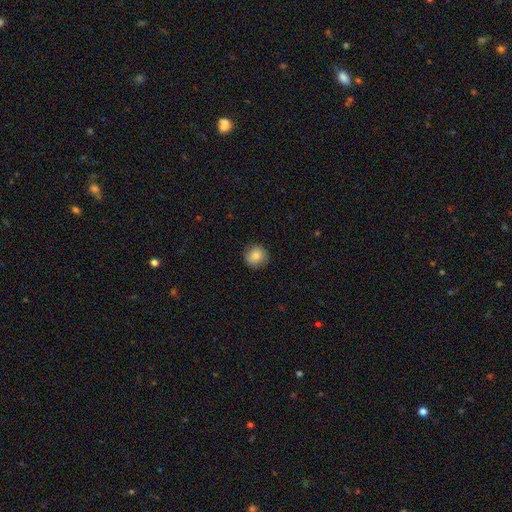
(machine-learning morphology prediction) Smooth or featured? smooth (84%)
How rounded? round (89%)
Merging? none (86%)